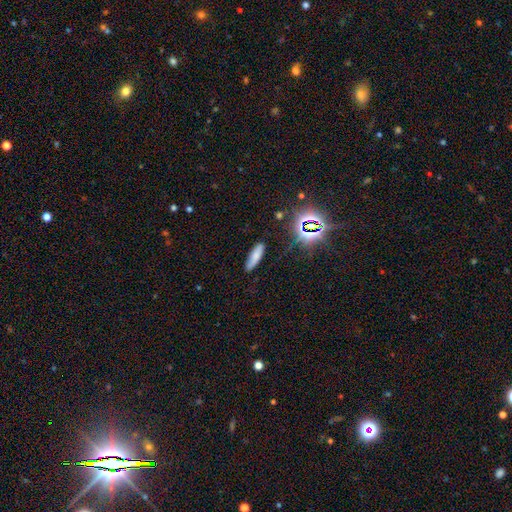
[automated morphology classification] This appears to be a smooth galaxy with no disk features (74%) that is cigar-shaped (66%). Merging: none (83%).